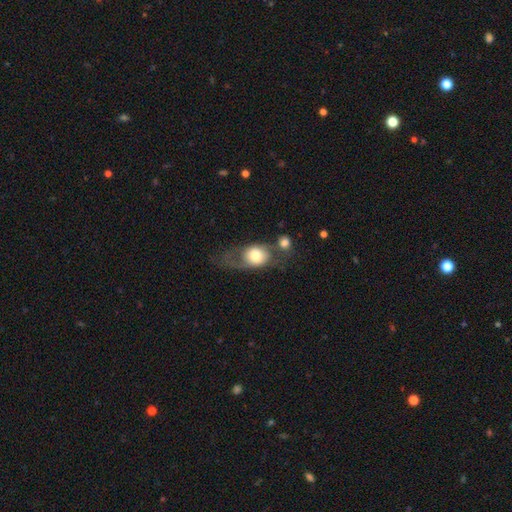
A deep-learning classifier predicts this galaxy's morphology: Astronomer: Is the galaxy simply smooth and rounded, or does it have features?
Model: smooth — 63%.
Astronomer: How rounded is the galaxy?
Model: round — 52% (runner-up: in between, 46%).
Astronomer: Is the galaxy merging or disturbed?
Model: none — 30% (runner-up: merger, 27%).